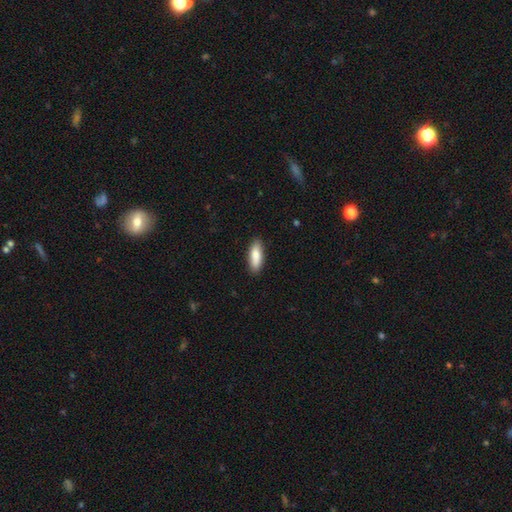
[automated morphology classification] This appears to be a smooth galaxy with no disk features (84%) that is in between round and cigar-shaped (62%). Merging: none (87%).